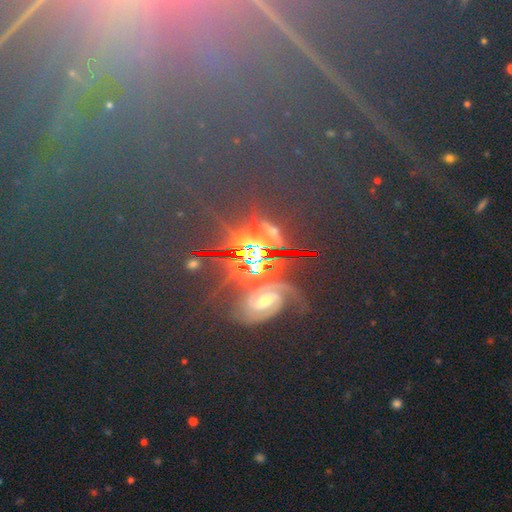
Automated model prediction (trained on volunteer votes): Morphology: type=star or artifact (66%).